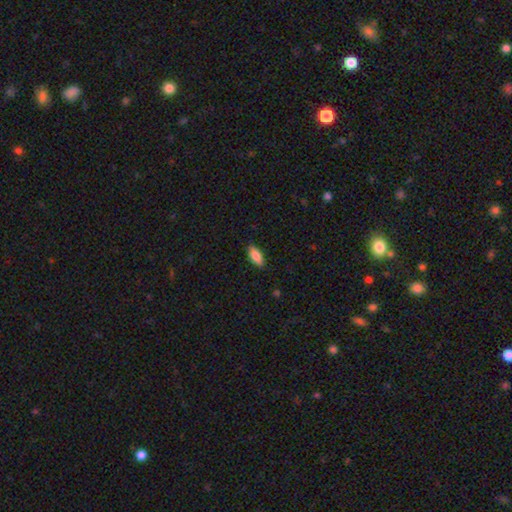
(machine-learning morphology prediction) This appears to be a smooth galaxy with no disk features (86%) that is in between round and cigar-shaped (83%). Merging: none (87%).